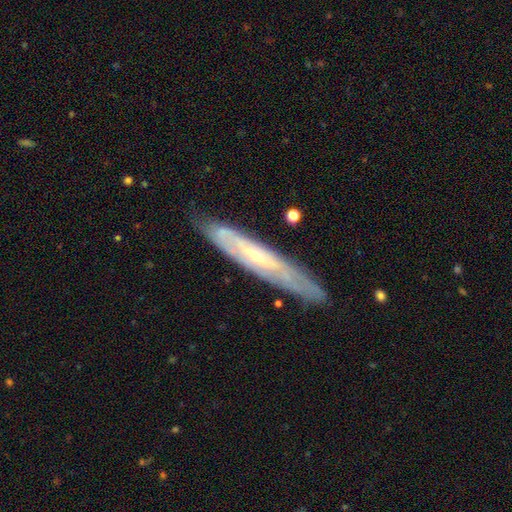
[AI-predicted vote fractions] Smooth or featured? featured or disk (75%)
Edge-on disk? yes (54%)
Merging? none (79%)